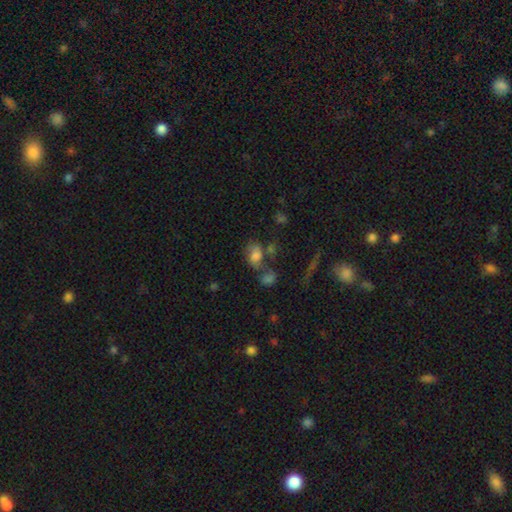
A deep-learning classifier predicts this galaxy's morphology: Smooth or featured?
  - smooth: 67% *
  - featured or disk: 19%
  - star or artifact: 13%
How rounded?
  - in between: 75% *
  - round: 23%
  - cigar-shaped: 2%
Merging?
  - none: 35% *
  - merger: 32%
  - minor disturbance: 18%
  - major disturbance: 14%